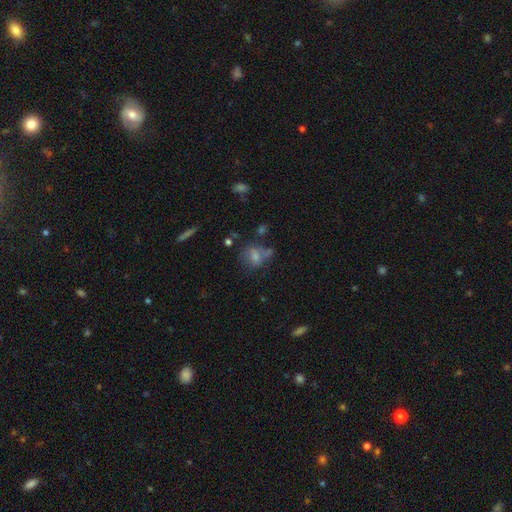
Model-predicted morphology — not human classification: The model was most divided on "how rounded": in between: 57%, round: 41%, cigar-shaped: 2%. Remaining: smooth or featured — smooth (62%); merging — none (39%).